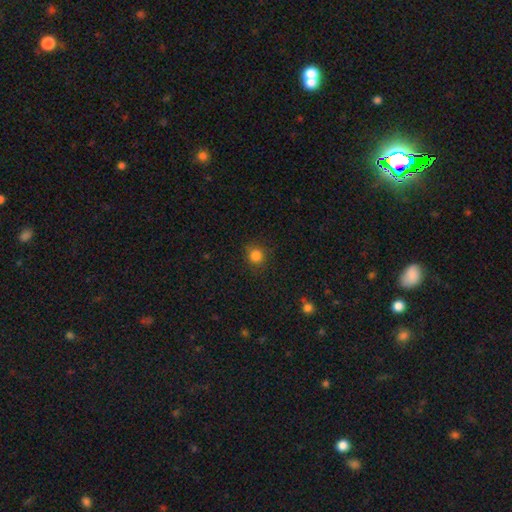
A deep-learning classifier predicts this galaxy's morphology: smooth 84%, star or artifact 12%, featured or disk 4%. Down the decision tree: how rounded — round (90%); merging — none (87%).